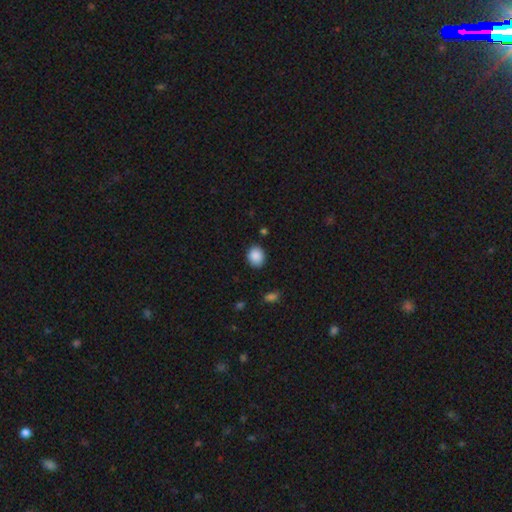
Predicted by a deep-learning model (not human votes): Morphology: type=smooth (89%); roundness=round (66%); merging=none (86%).